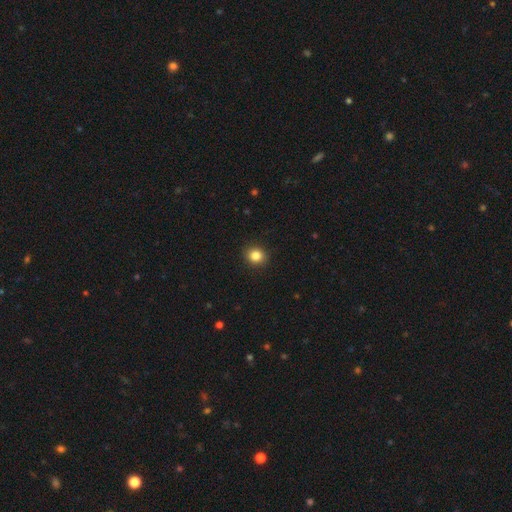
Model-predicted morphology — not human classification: smooth 84%, star or artifact 11%, featured or disk 5%. Down the decision tree: how rounded — round (80%); merging — none (91%).